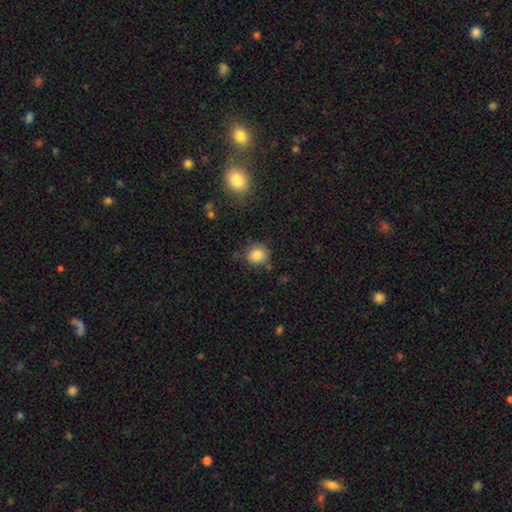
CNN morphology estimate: A smooth galaxy with no disk features (84%) that is round (86%).

Vote fractions:
- Smooth or featured? smooth: 84% / star or artifact: 11% / featured or disk: 5%
- How rounded? round: 86% / in between: 13% / cigar-shaped: 1%
- Merging? none: 80% / minor disturbance: 12% / merger: 4% / major disturbance: 3%